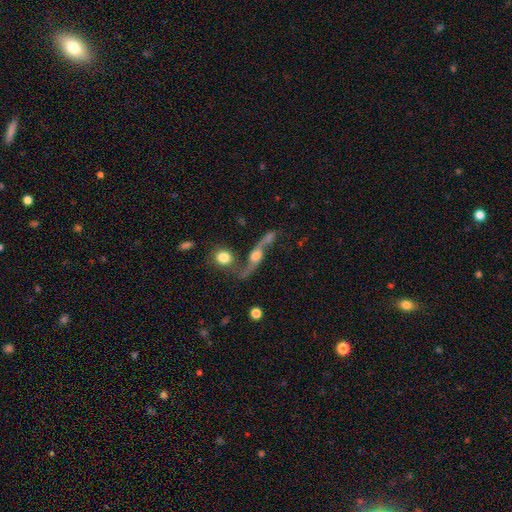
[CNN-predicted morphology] smooth-or-featured: featured or disk: 80% | smooth: 11% | star or artifact: 8%
  disk-edge-on: no: 72% | yes: 28%
    bar: no: 65% | weak: 26% | strong: 8%
    has-spiral-arms: yes: 90% | no: 10%
      spiral-winding: loose: 89% | medium: 8% | tight: 3%
      spiral-arm-count: 2: 92% | 1: 3% | can't tell: 2% | 3: 1% | 4: 1% | more than 4: 1%
    bulge-size: moderate: 47% | large: 23% | small: 20% | none: 6% | dominant: 5%
  merging: none: 51% | merger: 20% | minor disturbance: 15% | major disturbance: 14%